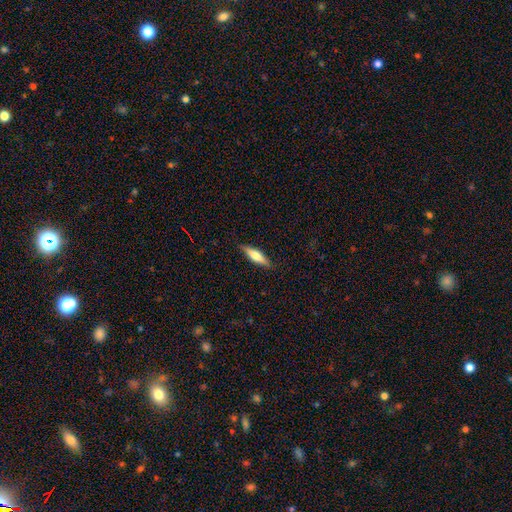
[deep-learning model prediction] Overall: smooth (57%; featured or disk 37%). How rounded: cigar-shaped (68%; in between 31%). Merging: none (87%).